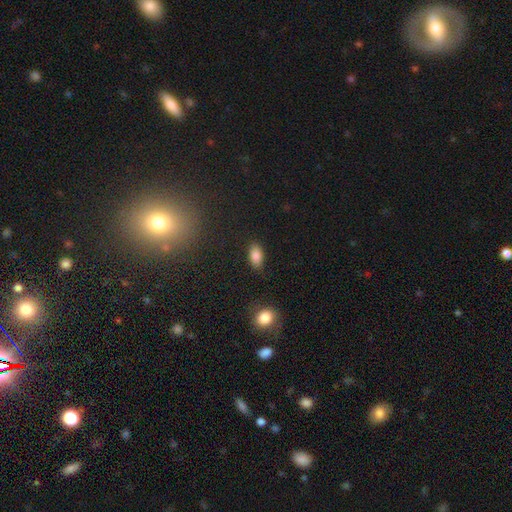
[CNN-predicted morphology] smooth 85%, star or artifact 9%, featured or disk 7%. Down the decision tree: how rounded — in between (91%); merging — none (84%).